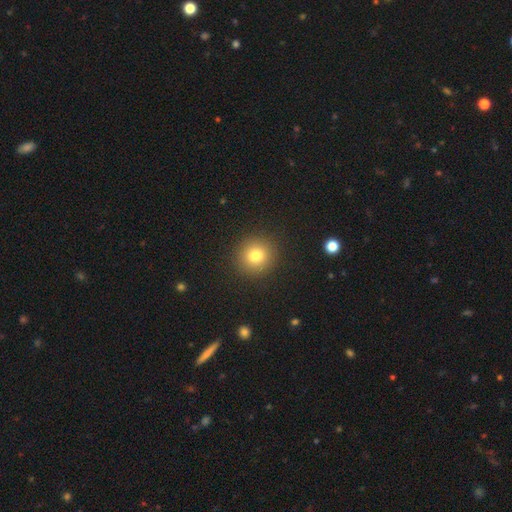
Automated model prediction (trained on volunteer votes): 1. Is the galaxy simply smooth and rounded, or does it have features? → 79% smooth, 12% star or artifact, 8% featured or disk.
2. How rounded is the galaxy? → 90% round, 9% in between, 1% cigar-shaped.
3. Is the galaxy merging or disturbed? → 91% none, 6% minor disturbance, 2% major disturbance, 1% merger.